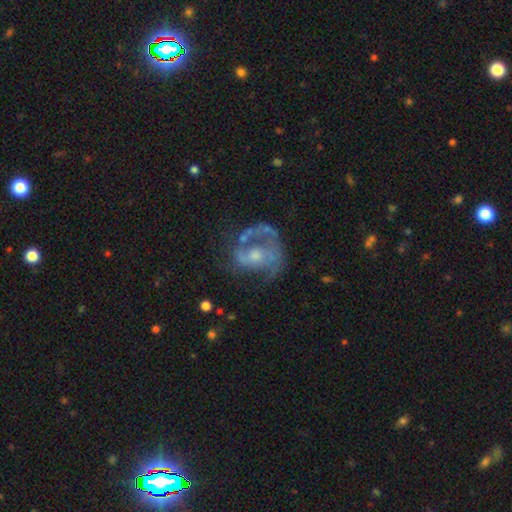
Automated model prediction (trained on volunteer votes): Q: Smooth or featured?
A: featured or disk (77%); runner-up: smooth (15%)
Q: Edge-on disk?
A: no (98%); runner-up: yes (2%)
Q: Bar?
A: no (69%); runner-up: weak (26%)
Q: Spiral arms?
A: yes (74%); runner-up: no (26%)
Q: Spiral winding?
A: medium (44%); runner-up: loose (30%)
Q: Spiral arm count?
A: 2 (40%); runner-up: 1 (30%)
Q: Bulge size?
A: moderate (48%); runner-up: small (35%)
Q: Merging?
A: none (42%); runner-up: major disturbance (34%)